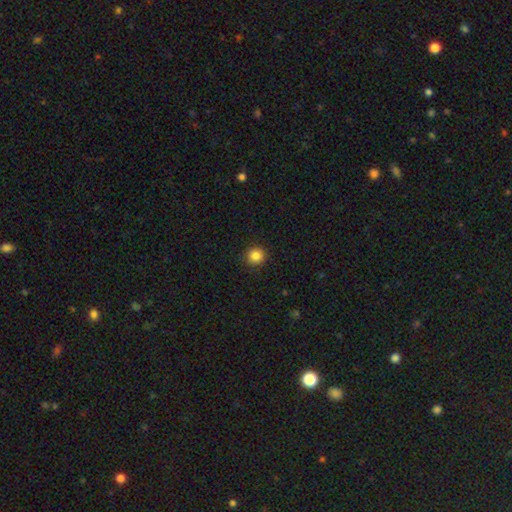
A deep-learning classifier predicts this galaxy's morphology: This appears to be a smooth galaxy with no disk features (86%) that is round (93%). Merging: none (91%).